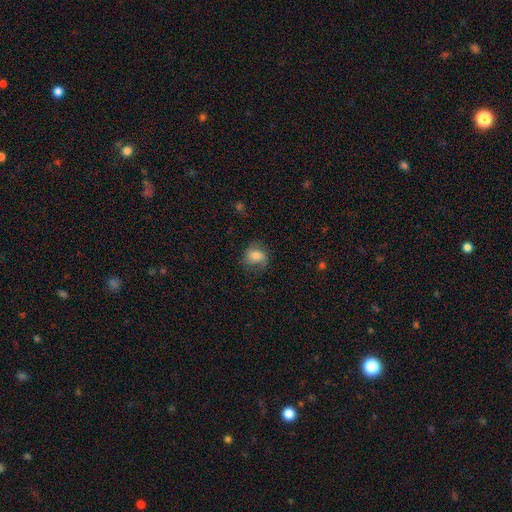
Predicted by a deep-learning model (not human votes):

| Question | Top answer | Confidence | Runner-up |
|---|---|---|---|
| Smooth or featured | smooth | 68% | featured or disk (22%) |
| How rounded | round | 54% | in between (45%) |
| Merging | none | 64% | minor disturbance (24%) |